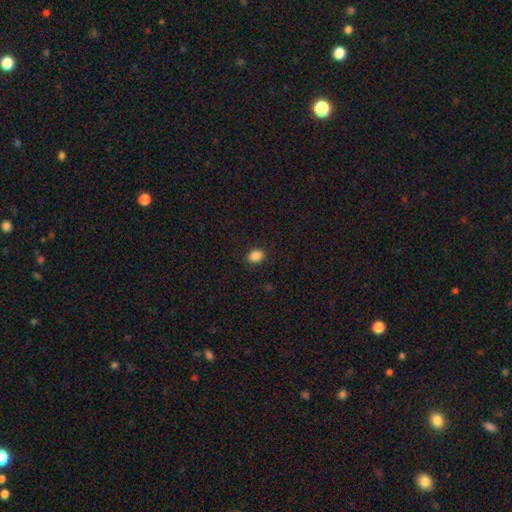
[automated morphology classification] smooth_or_featured: smooth (p=0.87) [alt: star or artifact p=0.10]
how_rounded: in between (p=0.67) [alt: round p=0.32]
merging: none (p=0.89) [alt: minor disturbance p=0.08]